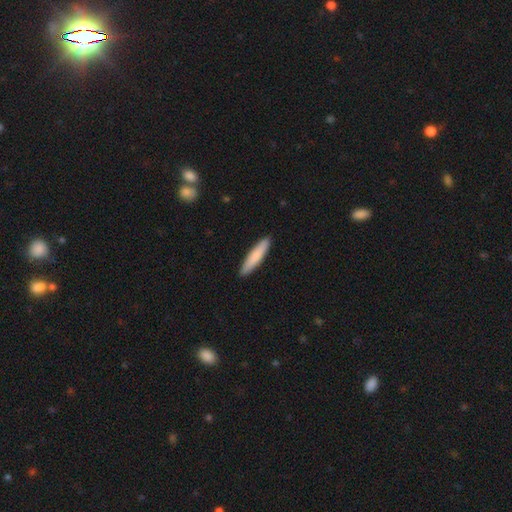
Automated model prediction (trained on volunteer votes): Smooth or featured: smooth — 82% (featured or disk — 13%)
How rounded: cigar-shaped — 88% (in between — 11%)
Merging: none — 91% (minor disturbance — 6%)